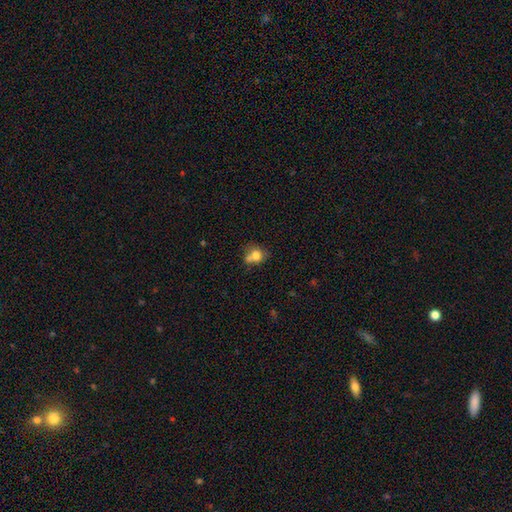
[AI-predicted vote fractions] Q: Smooth or featured?
A: smooth (76%); runner-up: featured or disk (14%)
Q: How rounded?
A: round (70%); runner-up: in between (29%)
Q: Merging?
A: none (42%); runner-up: merger (39%)